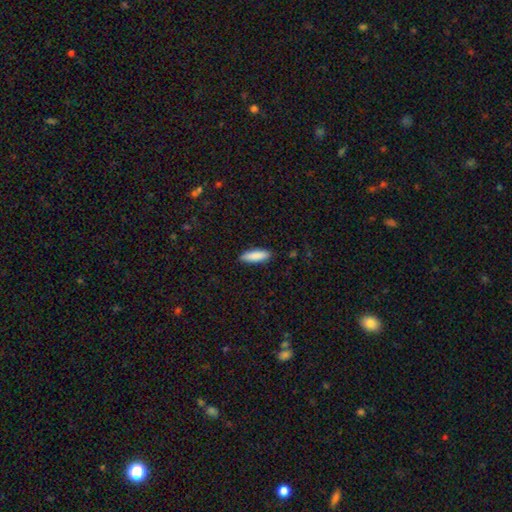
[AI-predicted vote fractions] smooth-or-featured: smooth: 88% | featured or disk: 6% | star or artifact: 6%
  how-rounded: cigar-shaped: 55% | in between: 43% | round: 2%
  merging: none: 89% | minor disturbance: 8% | major disturbance: 2% | merger: 1%